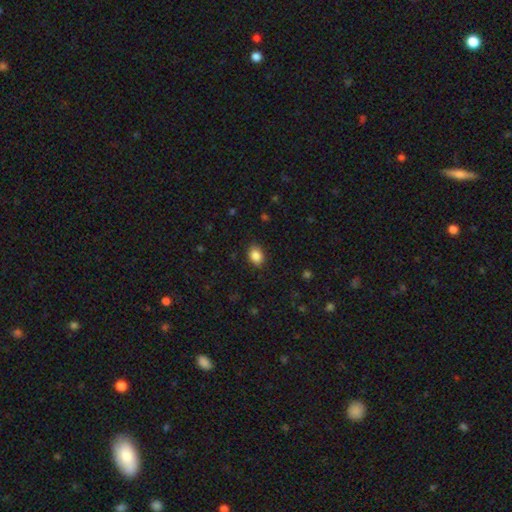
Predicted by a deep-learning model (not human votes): Smooth or featured: smooth — 87% (star or artifact — 9%)
How rounded: in between — 71% (round — 28%)
Merging: none — 86% (minor disturbance — 11%)